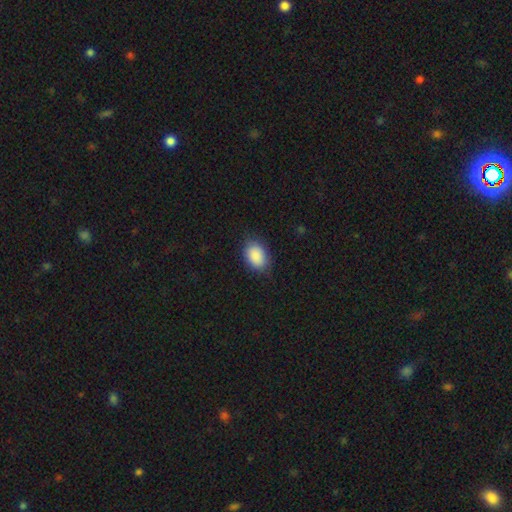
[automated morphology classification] Q: Smooth or featured?
A: smooth (90%); runner-up: star or artifact (7%)
Q: How rounded?
A: in between (83%); runner-up: round (15%)
Q: Merging?
A: none (82%); runner-up: minor disturbance (14%)